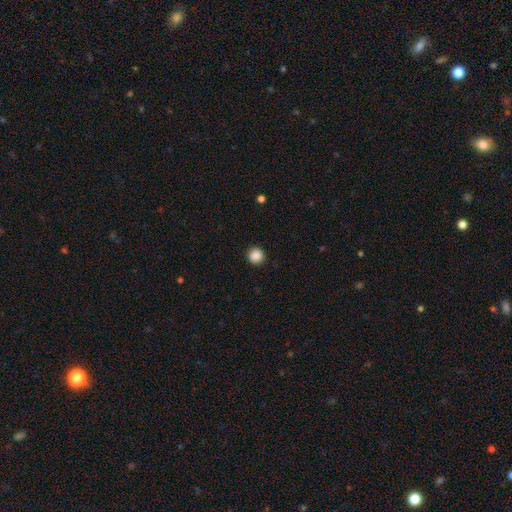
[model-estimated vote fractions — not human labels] This is clearly a smooth galaxy (88%). How rounded: clearly round (94%). Merging: clearly none (91%).